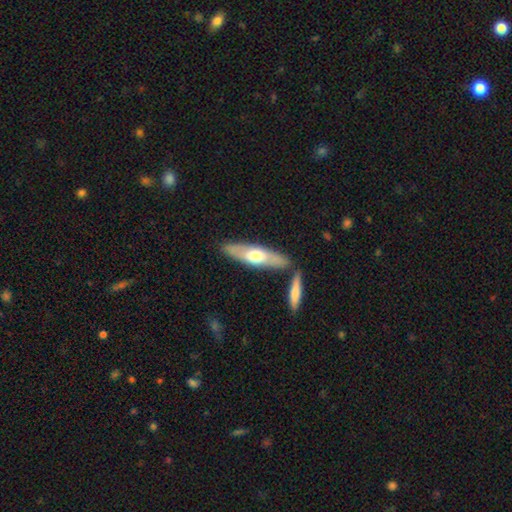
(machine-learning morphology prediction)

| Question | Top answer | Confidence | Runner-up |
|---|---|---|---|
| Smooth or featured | smooth | 50% | featured or disk (45%) |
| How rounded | cigar-shaped | 64% | in between (34%) |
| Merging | none | 76% | merger (11%) |